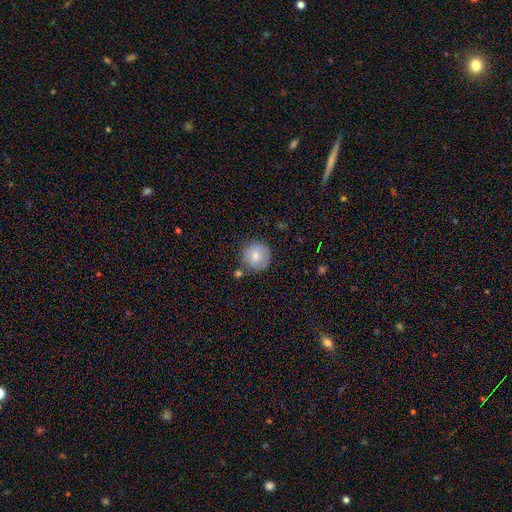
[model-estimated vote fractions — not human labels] Q: Smooth or featured?
A: smooth (70%); runner-up: featured or disk (23%)
Q: How rounded?
A: round (92%); runner-up: in between (7%)
Q: Merging?
A: none (69%); runner-up: minor disturbance (18%)